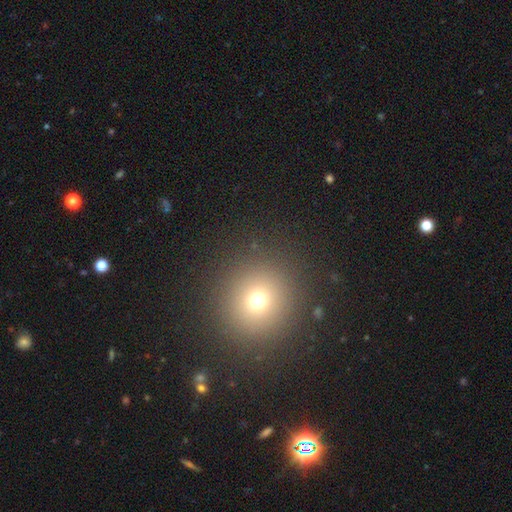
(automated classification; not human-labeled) Smooth or featured?
  - smooth: 62% *
  - star or artifact: 30%
  - featured or disk: 8%
How rounded?
  - round: 93% *
  - in between: 6%
  - cigar-shaped: 1%
Merging?
  - none: 91% *
  - minor disturbance: 5%
  - major disturbance: 2%
  - merger: 2%